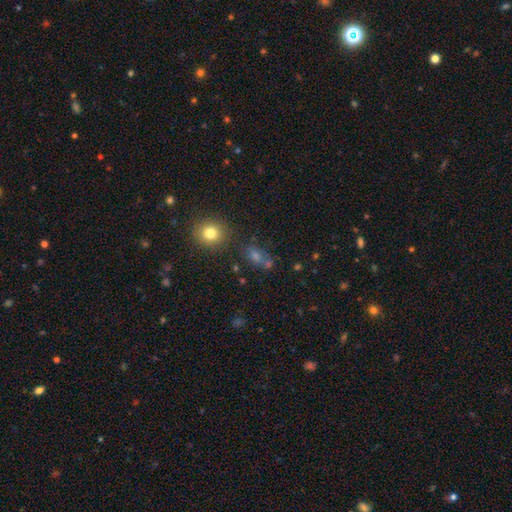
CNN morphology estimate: A smooth galaxy with no disk features (54%) that is in between round and cigar-shaped (58%).

Vote fractions:
- Smooth or featured? smooth: 54% / star or artifact: 30% / featured or disk: 16%
- How rounded? in between: 58% / round: 35% / cigar-shaped: 7%
- Merging? none: 60% / merger: 18% / minor disturbance: 13% / major disturbance: 9%